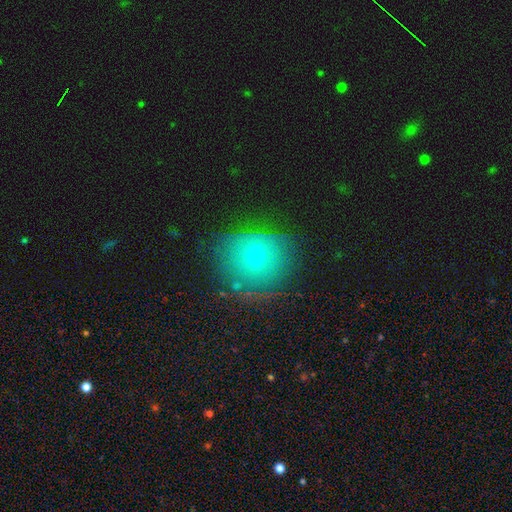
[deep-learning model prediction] This is possibly a smooth galaxy (56%). How rounded: likely round (75%). Merging: possibly none (60%).